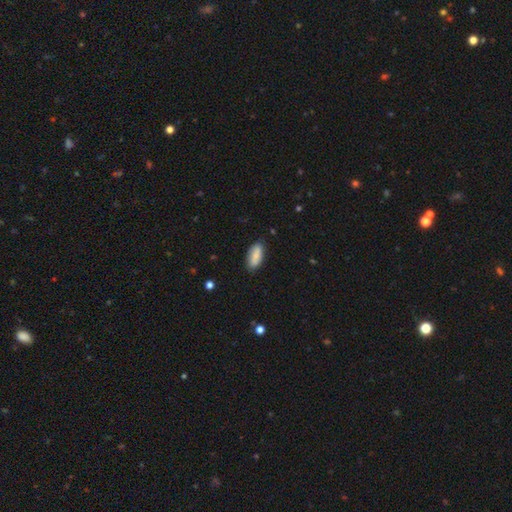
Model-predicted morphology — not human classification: Smooth or featured: smooth — 84% (featured or disk — 9%)
How rounded: in between — 84% (cigar-shaped — 14%)
Merging: none — 83% (minor disturbance — 13%)